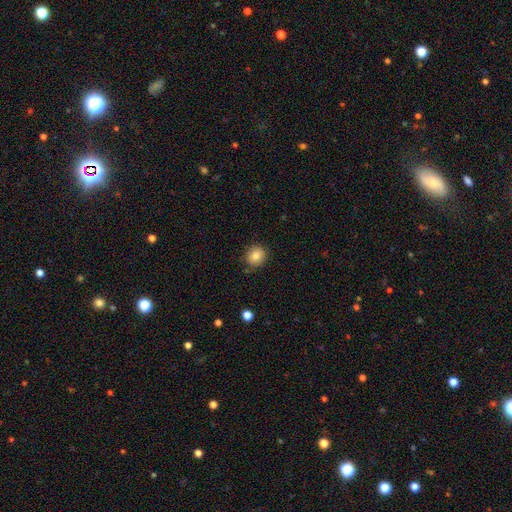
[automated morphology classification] Smooth or featured? Predicted: smooth (p=0.83). How rounded? Predicted: round (p=0.84). Merging? Predicted: none (p=0.86).